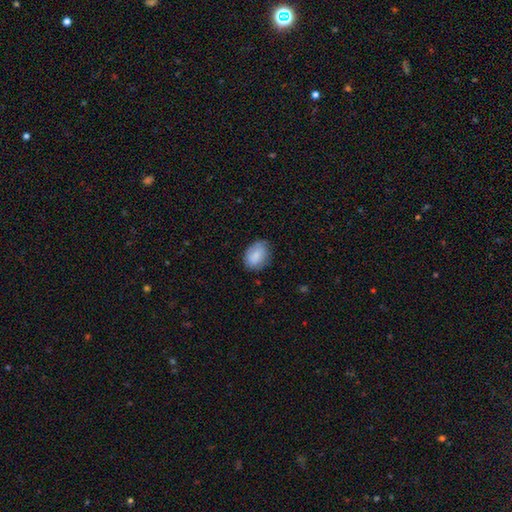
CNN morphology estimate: Overall: smooth (84%). How rounded: in between (74%). Merging: none (72%).